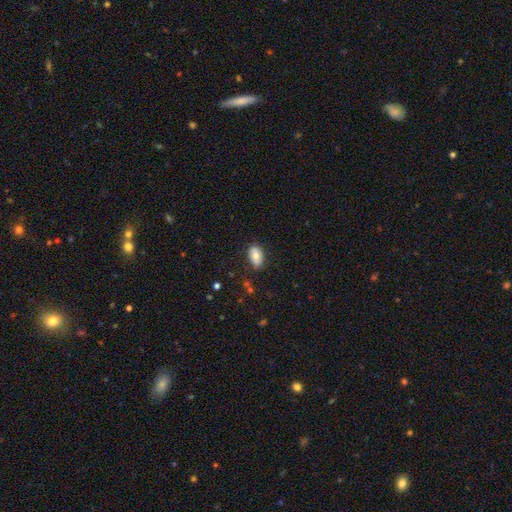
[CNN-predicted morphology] smooth_or_featured: smooth (p=0.73) [alt: featured or disk p=0.19]
how_rounded: in between (p=0.90) [alt: round p=0.08]
merging: none (p=0.81) [alt: minor disturbance p=0.14]